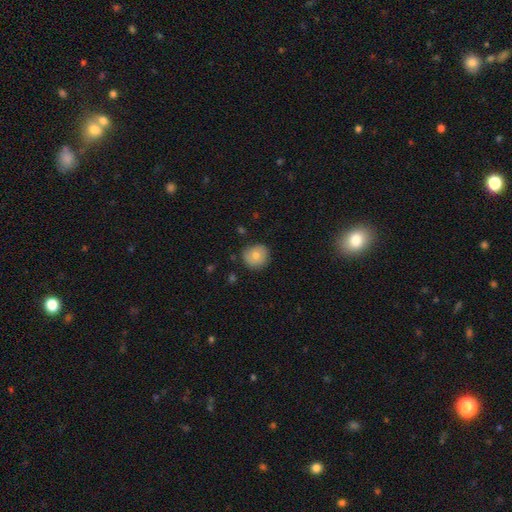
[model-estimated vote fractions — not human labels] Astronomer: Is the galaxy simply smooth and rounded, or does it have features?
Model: smooth — 76%.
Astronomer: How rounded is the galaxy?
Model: round — 89%.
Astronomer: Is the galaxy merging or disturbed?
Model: none — 85%.